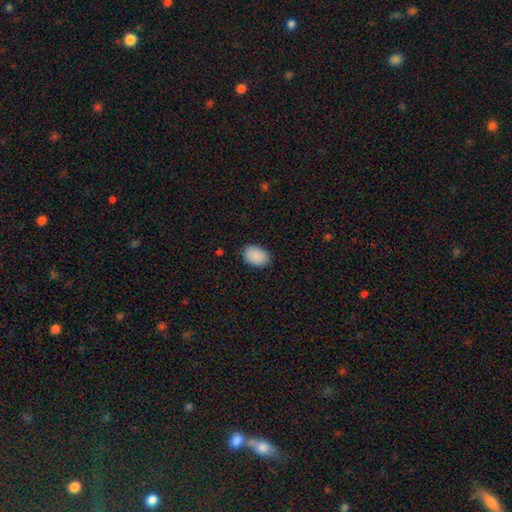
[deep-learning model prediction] smooth_or_featured: smooth (p=0.90) [alt: star or artifact p=0.07]
how_rounded: in between (p=0.84) [alt: round p=0.15]
merging: none (p=0.86) [alt: minor disturbance p=0.10]